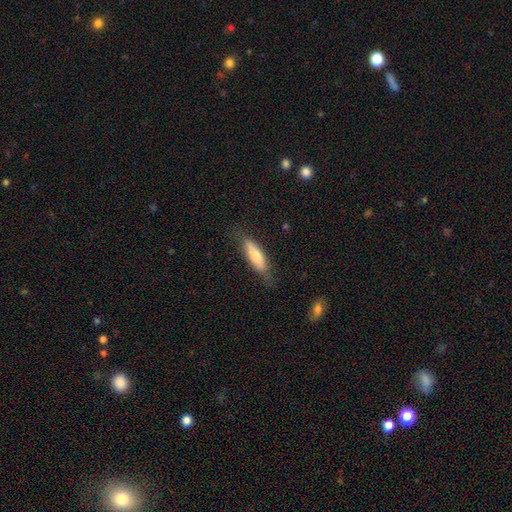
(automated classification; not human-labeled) Smooth or featured? Predicted: smooth (p=0.68). How rounded? Predicted: cigar-shaped (p=0.61). Merging? Predicted: none (p=0.73).